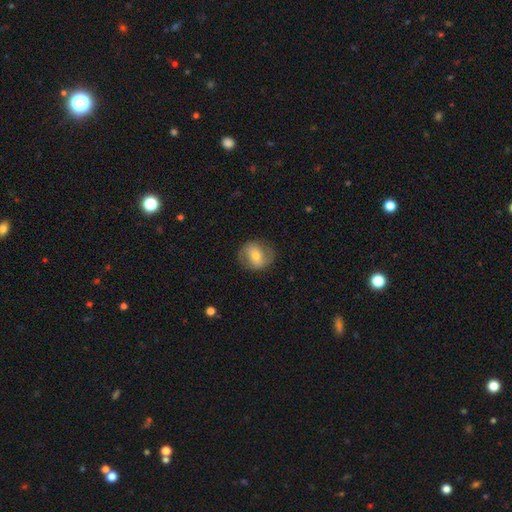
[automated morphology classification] This is possibly a smooth galaxy (49%). Merging: likely none (79%).